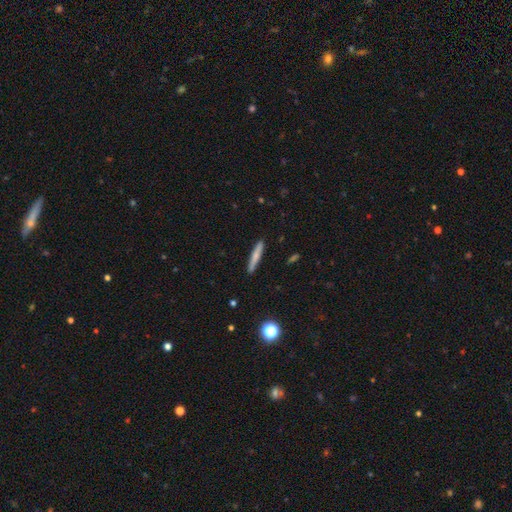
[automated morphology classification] Q: Smooth or featured?
A: smooth (68%); runner-up: featured or disk (26%)
Q: How rounded?
A: cigar-shaped (94%); runner-up: in between (5%)
Q: Merging?
A: none (90%); runner-up: minor disturbance (7%)